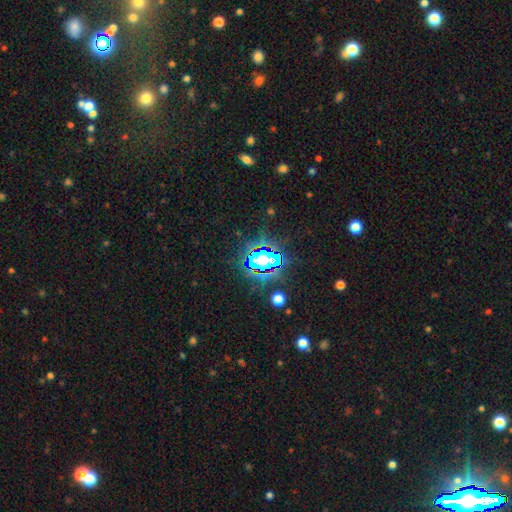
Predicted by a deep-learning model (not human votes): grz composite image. It shows a star or artifact, not a galaxy (76%).